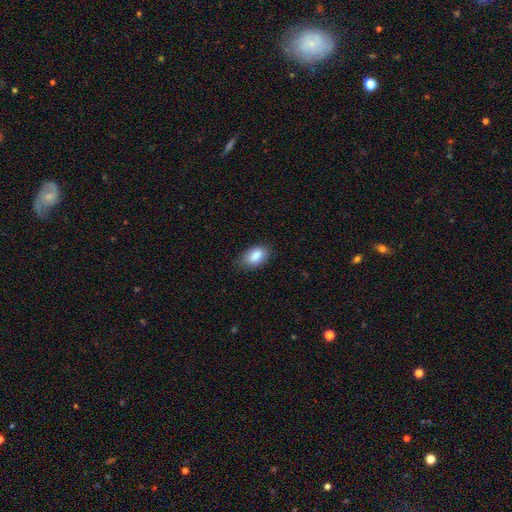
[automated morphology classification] Q: Smooth or featured?
A: smooth (87%); runner-up: star or artifact (7%)
Q: How rounded?
A: in between (91%); runner-up: round (7%)
Q: Merging?
A: none (75%); runner-up: minor disturbance (20%)